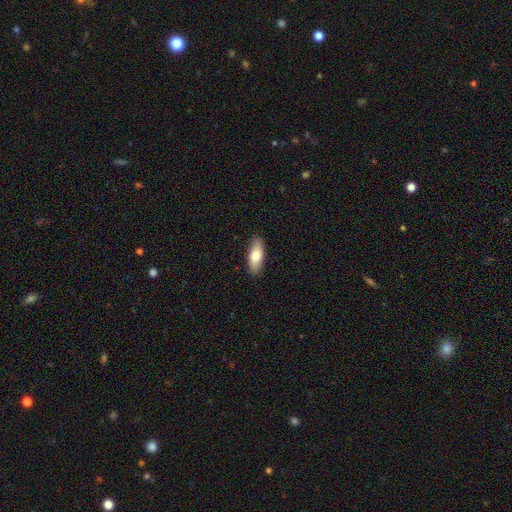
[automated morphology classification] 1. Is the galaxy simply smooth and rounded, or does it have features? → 75% smooth, 19% featured or disk, 6% star or artifact.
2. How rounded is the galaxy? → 72% in between, 25% cigar-shaped, 2% round.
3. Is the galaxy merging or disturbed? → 89% none, 9% minor disturbance, 2% major disturbance, 1% merger.